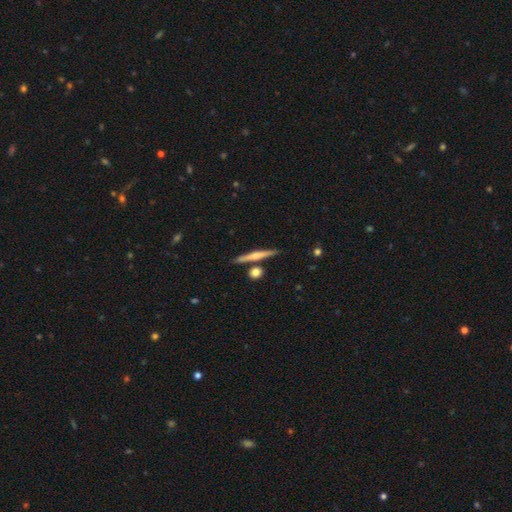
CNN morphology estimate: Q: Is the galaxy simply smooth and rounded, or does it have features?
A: featured or disk — 50%.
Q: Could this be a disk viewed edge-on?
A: yes — 96%.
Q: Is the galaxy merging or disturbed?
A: none — 81%.